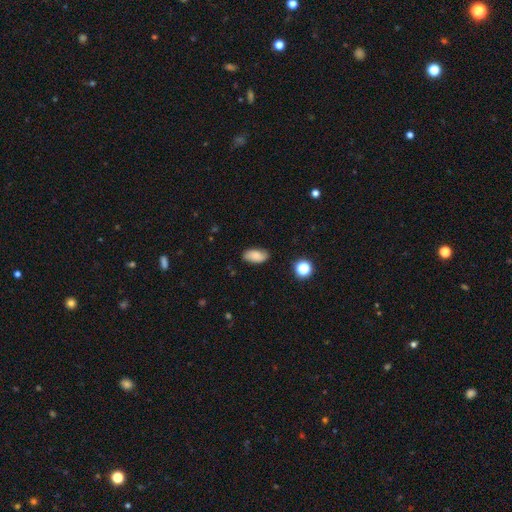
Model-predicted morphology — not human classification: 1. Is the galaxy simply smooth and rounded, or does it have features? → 72% smooth, 18% featured or disk, 10% star or artifact.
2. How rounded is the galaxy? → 92% in between, 5% round, 4% cigar-shaped.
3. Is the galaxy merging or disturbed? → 80% none, 15% minor disturbance, 3% major disturbance, 1% merger.